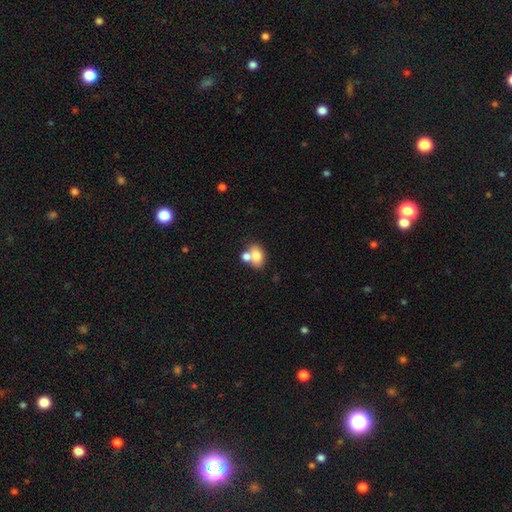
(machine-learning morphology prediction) Smooth or featured? Predicted: smooth (p=0.76). How rounded? Predicted: in between (p=0.69). Merging? Predicted: merger (p=0.46).